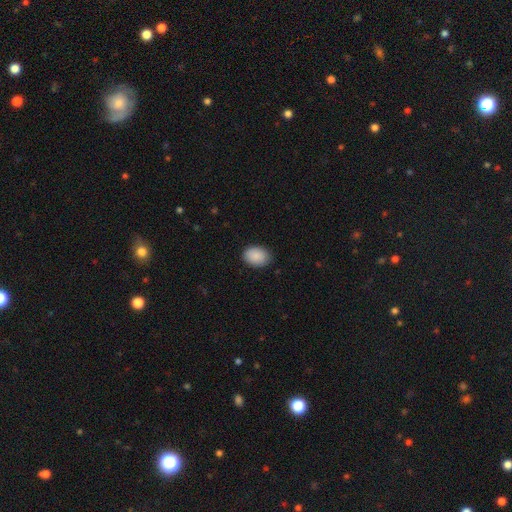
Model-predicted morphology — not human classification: Q: Smooth or featured?
A: smooth (90%); runner-up: star or artifact (6%)
Q: How rounded?
A: in between (77%); runner-up: round (22%)
Q: Merging?
A: none (85%); runner-up: minor disturbance (12%)